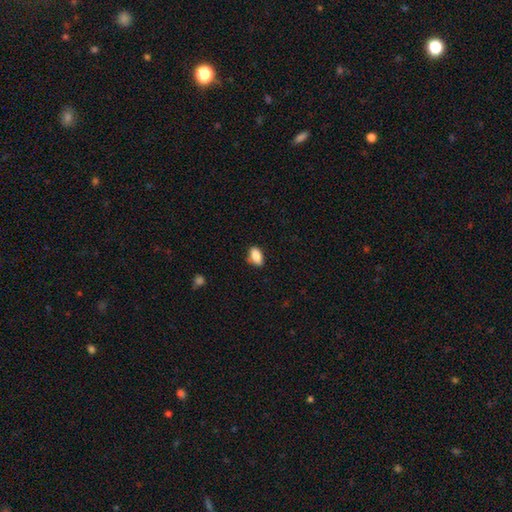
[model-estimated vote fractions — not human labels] smooth_or_featured: smooth (p=0.87) [alt: star or artifact p=0.08]
how_rounded: in between (p=0.91) [alt: round p=0.06]
merging: none (p=0.79) [alt: minor disturbance p=0.17]